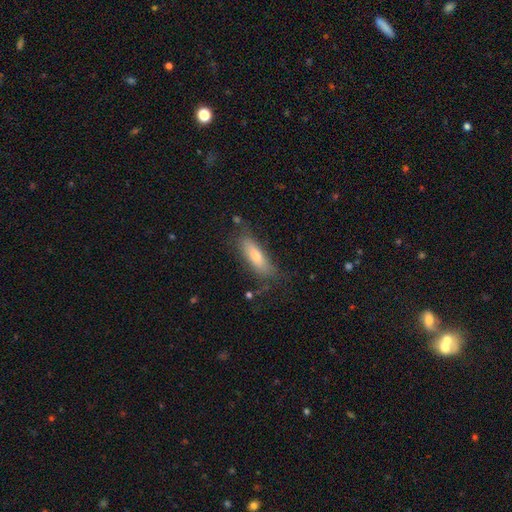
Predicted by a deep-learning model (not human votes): Morphology: type=smooth (67%); roundness=cigar-shaped (55%); merging=none (71%).